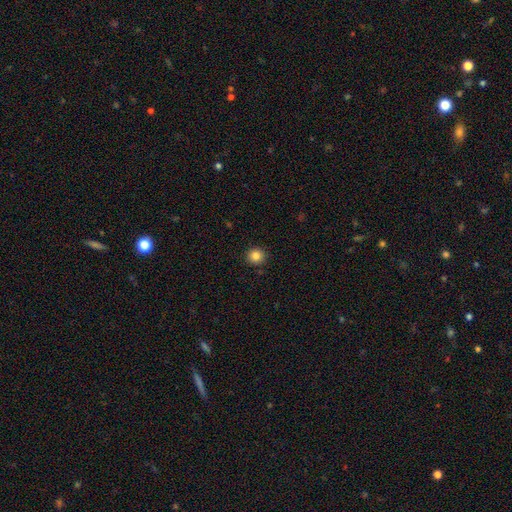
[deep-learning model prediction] A smooth galaxy with no disk features (85%) that is round (93%). Merging: none (92%).